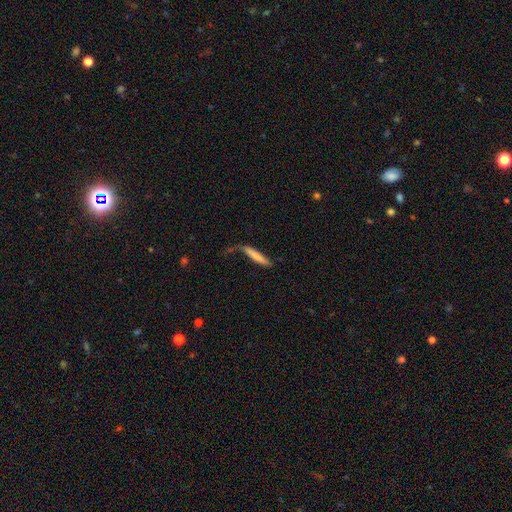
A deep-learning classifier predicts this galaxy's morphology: smooth_or_featured: smooth (p=0.72) [alt: featured or disk p=0.21]
how_rounded: cigar-shaped (p=0.91) [alt: in between p=0.08]
merging: none (p=0.44) [alt: minor disturbance p=0.25]